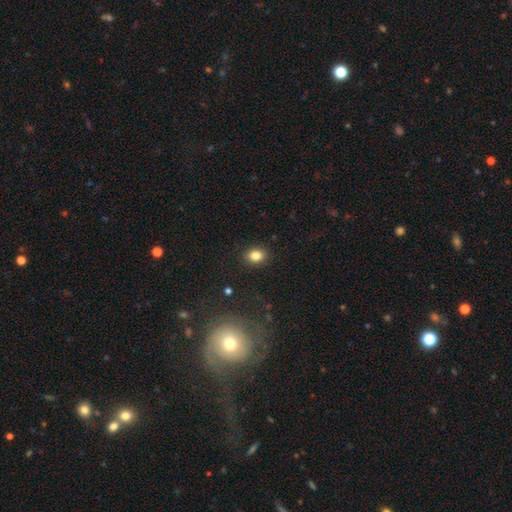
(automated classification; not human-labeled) Smooth or featured?
  - smooth: 83% *
  - star or artifact: 11%
  - featured or disk: 6%
How rounded?
  - in between: 54% *
  - round: 45%
  - cigar-shaped: 1%
Merging?
  - none: 88% *
  - minor disturbance: 8%
  - major disturbance: 2%
  - merger: 1%